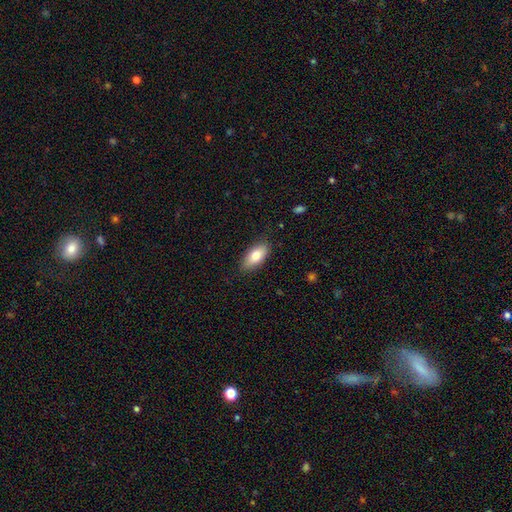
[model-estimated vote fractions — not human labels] smooth 79%, featured or disk 14%, star or artifact 6%. Down the decision tree: how rounded — in between (87%); merging — none (84%).